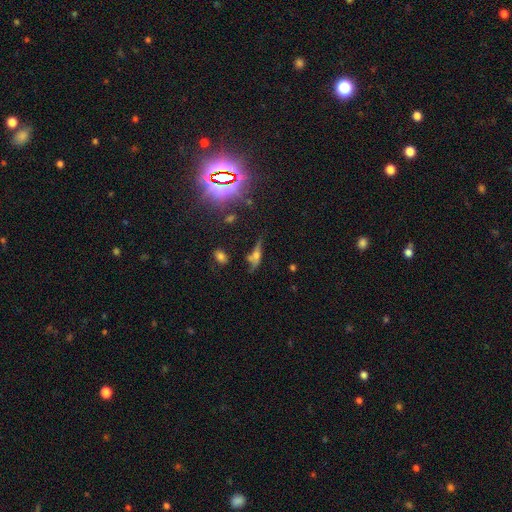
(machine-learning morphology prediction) Smooth or featured: featured or disk — 49% (smooth — 31%)
Merging: none — 49% (minor disturbance — 23%)